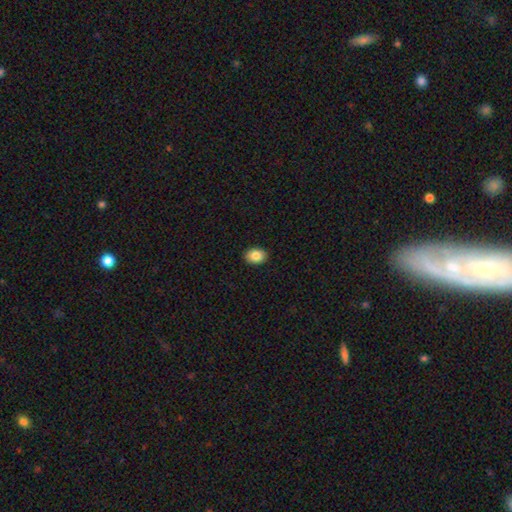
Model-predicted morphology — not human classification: This appears to be a smooth galaxy with no disk features (84%) that is in between round and cigar-shaped (72%). Merging: none (92%).